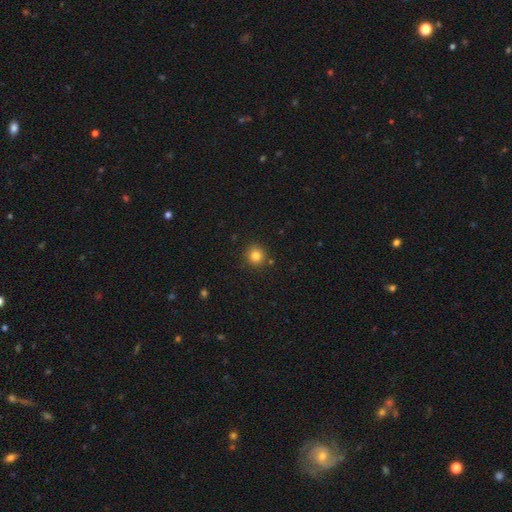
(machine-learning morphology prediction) smooth_or_featured: smooth (p=0.82) [alt: star or artifact p=0.12]
how_rounded: round (p=0.93) [alt: in between p=0.06]
merging: none (p=0.88) [alt: minor disturbance p=0.07]